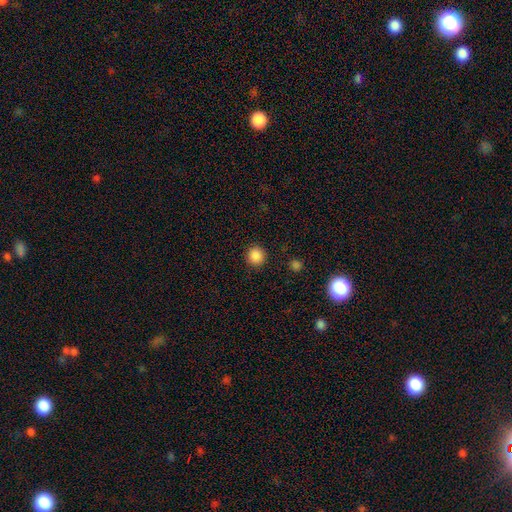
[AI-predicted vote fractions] Smooth or featured?
  - smooth: 87% *
  - star or artifact: 10%
  - featured or disk: 3%
How rounded?
  - round: 94% *
  - in between: 5%
  - cigar-shaped: 1%
Merging?
  - none: 92% *
  - minor disturbance: 5%
  - major disturbance: 2%
  - merger: 1%